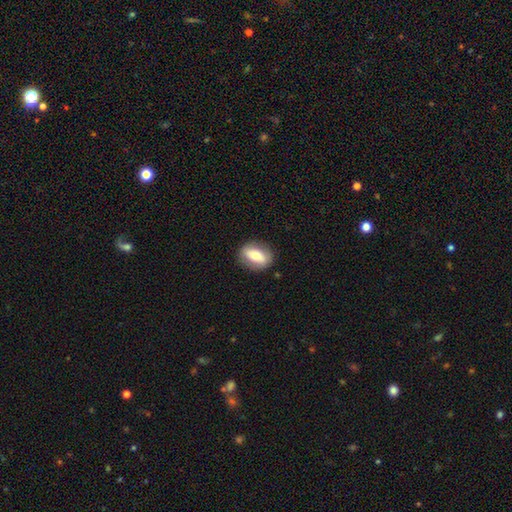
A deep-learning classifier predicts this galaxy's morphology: Smooth or featured? Predicted: smooth (p=0.62). How rounded? Predicted: in between (p=0.77). Merging? Predicted: none (p=0.85).